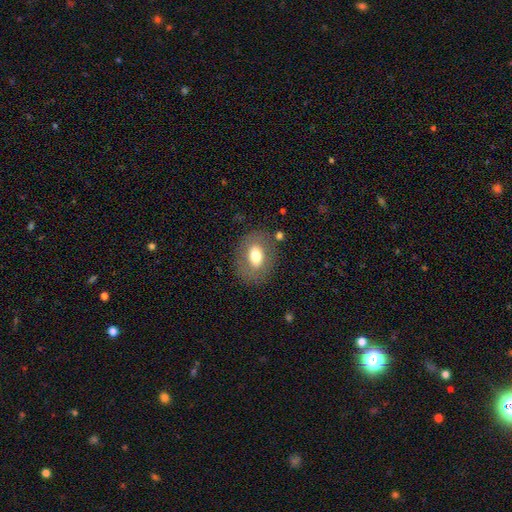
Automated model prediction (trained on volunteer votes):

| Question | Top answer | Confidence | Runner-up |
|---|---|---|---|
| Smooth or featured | smooth | 63% | featured or disk (29%) |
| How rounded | in between | 69% | round (30%) |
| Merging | none | 80% | minor disturbance (12%) |